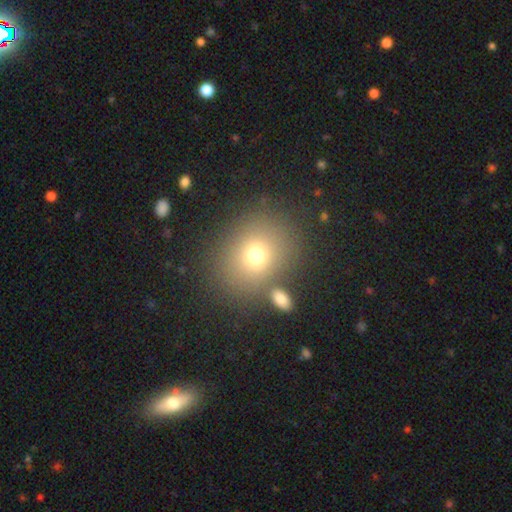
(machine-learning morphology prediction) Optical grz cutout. It shows a smooth galaxy with no disk features (71%) that is round (63%). Merging: none (76%).